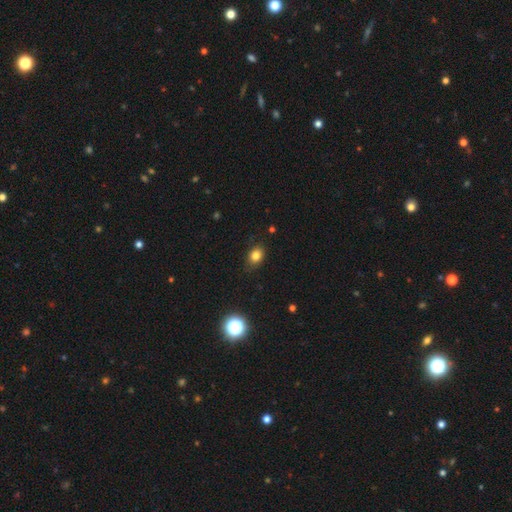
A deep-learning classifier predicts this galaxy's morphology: Smooth or featured? smooth (81%)
How rounded? in between (60%)
Merging? none (82%)